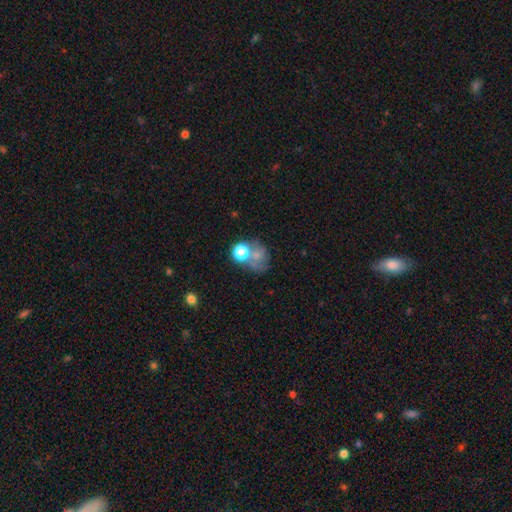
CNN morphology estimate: This is possibly a smooth galaxy (55%). How rounded: likely round (60%). Merging: marginally none (34%).